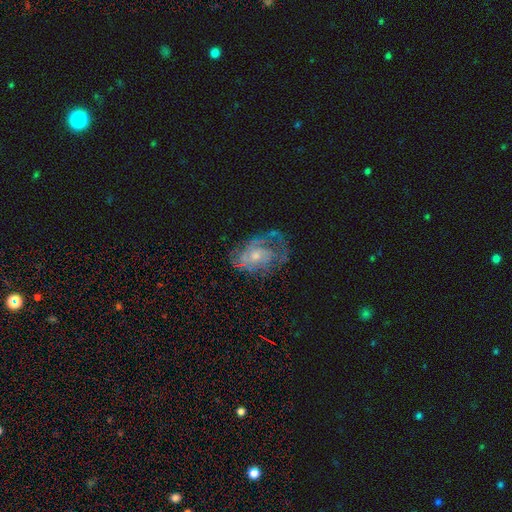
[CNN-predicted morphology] Smooth or featured? featured or disk (75%)
Edge-on disk? no (96%)
Bar? no (71%)
Spiral arms? yes (81%)
Spiral winding? tight (45%)
Spiral arm count? can't tell (42%)
Bulge size? small (54%)
Merging? none (56%)